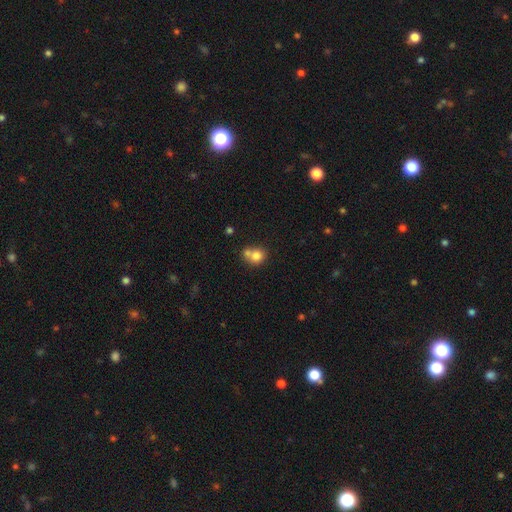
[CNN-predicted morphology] A smooth galaxy with no disk features (78%) that is round (76%).

Vote fractions:
- Smooth or featured? smooth: 78% / featured or disk: 12% / star or artifact: 11%
- How rounded? round: 76% / in between: 23% / cigar-shaped: 1%
- Merging? merger: 47% / none: 39% / minor disturbance: 10% / major disturbance: 4%